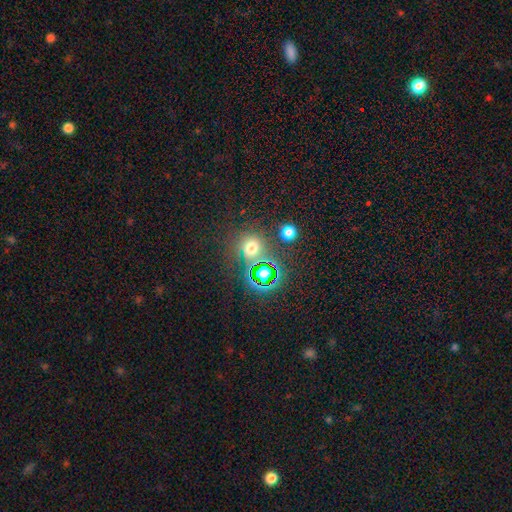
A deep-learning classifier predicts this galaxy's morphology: Smooth or featured? star or artifact (53%)